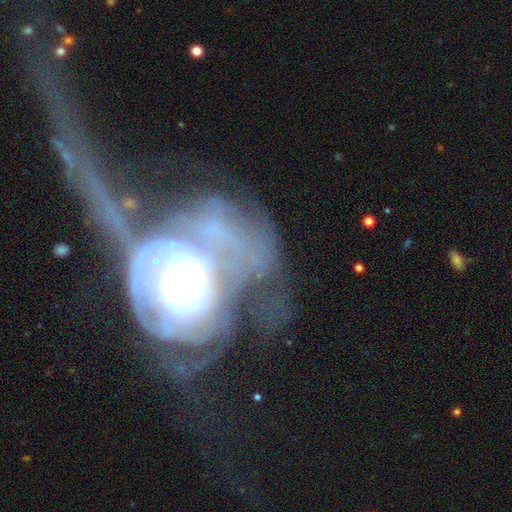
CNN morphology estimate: Smooth or featured? featured or disk (67%)
Edge-on disk? no (95%)
Bar? no (79%)
Spiral arms? no (54%)
Bulge size? moderate (37%, tied with large)
Merging? major disturbance (54%)